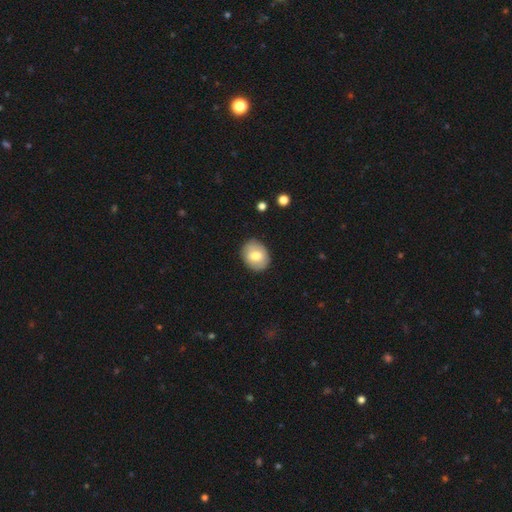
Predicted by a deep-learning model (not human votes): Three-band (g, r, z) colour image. It shows a smooth galaxy with no disk features (72%) that is in between round and cigar-shaped (53%). Merging: none (85%).